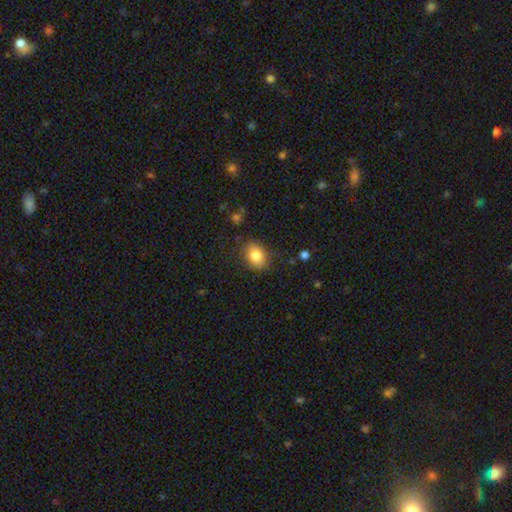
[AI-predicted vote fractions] Smooth or featured: smooth — 83% (star or artifact — 9%)
How rounded: in between — 53% (round — 46%)
Merging: none — 81% (minor disturbance — 14%)